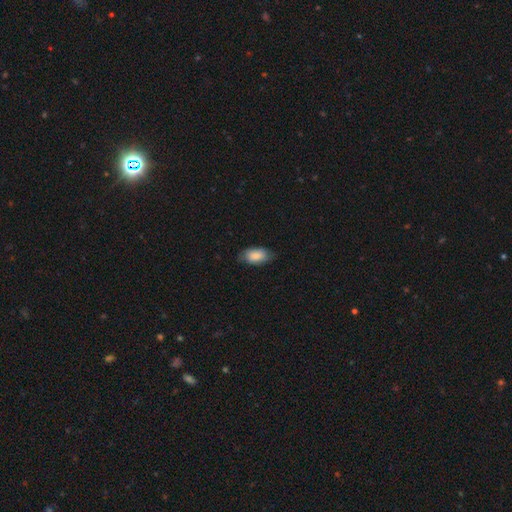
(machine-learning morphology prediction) The model was most divided on "merging": none: 75%, minor disturbance: 20%, major disturbance: 4%, merger: 1%. More confident: how rounded — in between (93%); smooth or featured — smooth (86%).